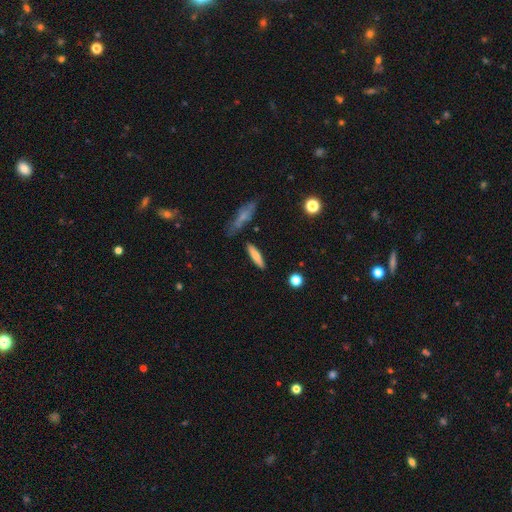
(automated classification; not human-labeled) Overall: smooth (69%). How rounded: cigar-shaped (76%). Merging: none (84%).